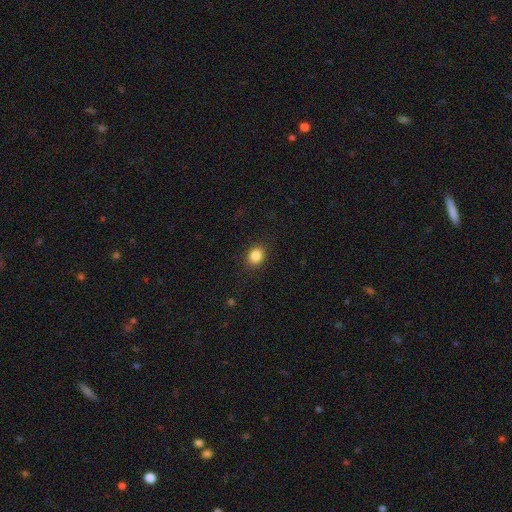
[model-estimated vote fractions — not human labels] Smooth or featured: smooth — 86% (star or artifact — 10%)
How rounded: round — 55% (in between — 44%)
Merging: none — 88% (minor disturbance — 8%)